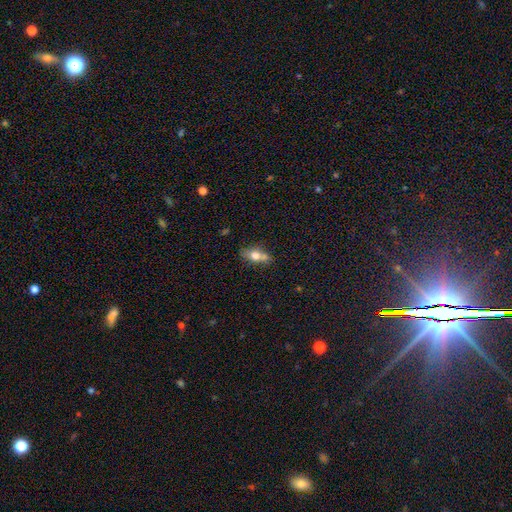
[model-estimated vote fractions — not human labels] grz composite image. It shows a smooth galaxy with no disk features (68%) that is in between round and cigar-shaped (74%). Merging: none (52%).